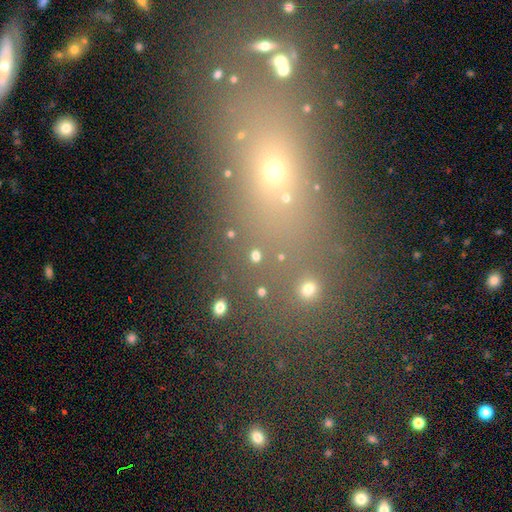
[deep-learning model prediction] A smooth galaxy with no disk features (47%). Merging: none (72%).